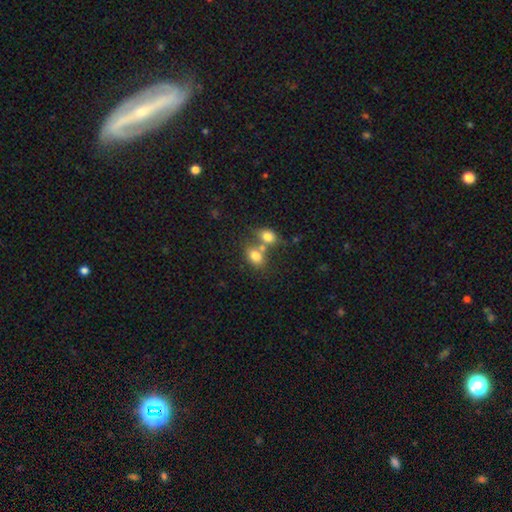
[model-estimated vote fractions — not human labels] Smooth or featured?
  - smooth: 78% *
  - featured or disk: 12%
  - star or artifact: 10%
How rounded?
  - in between: 66% *
  - round: 32%
  - cigar-shaped: 1%
Merging?
  - merger: 52% *
  - none: 35%
  - minor disturbance: 9%
  - major disturbance: 4%